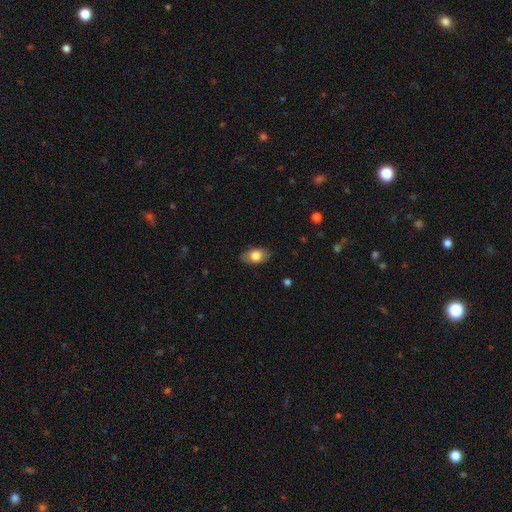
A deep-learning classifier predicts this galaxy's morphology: Smooth or featured? Predicted: smooth (p=0.76). How rounded? Predicted: in between (p=0.90). Merging? Predicted: none (p=0.84).